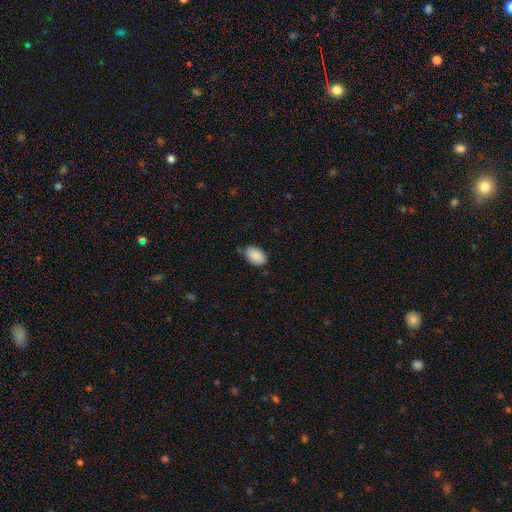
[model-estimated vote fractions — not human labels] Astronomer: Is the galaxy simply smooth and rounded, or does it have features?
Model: smooth — 89%.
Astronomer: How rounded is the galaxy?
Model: in between — 88%.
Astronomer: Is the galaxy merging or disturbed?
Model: none — 74%.